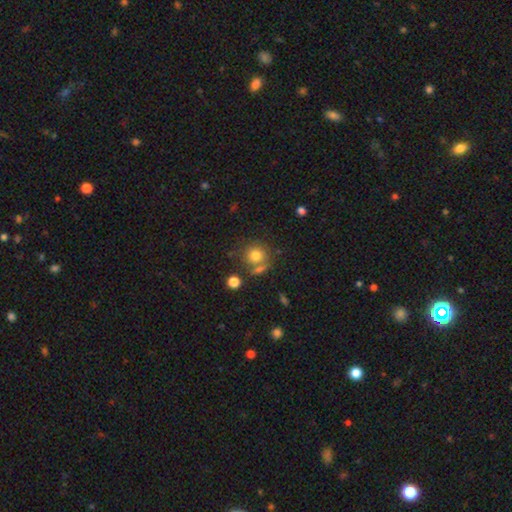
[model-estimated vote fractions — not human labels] Smooth or featured?
  - smooth: 76% *
  - featured or disk: 12%
  - star or artifact: 11%
How rounded?
  - round: 86% *
  - in between: 13%
  - cigar-shaped: 1%
Merging?
  - none: 60% *
  - merger: 21%
  - minor disturbance: 13%
  - major disturbance: 6%